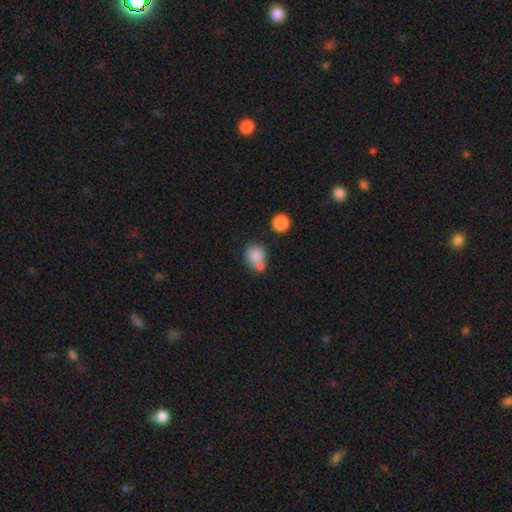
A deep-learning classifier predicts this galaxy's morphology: type=smooth (82%); roundness=round (58%); merging=none (47%).